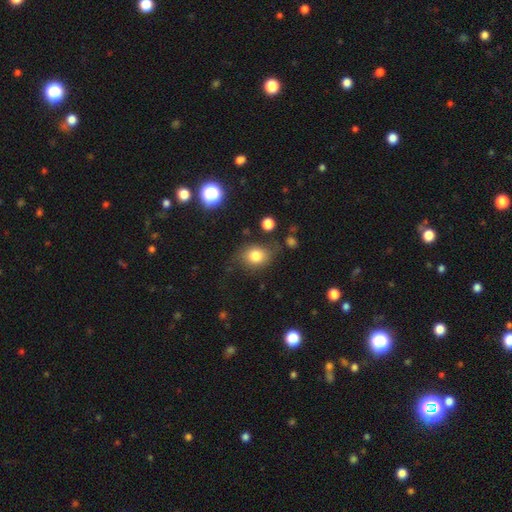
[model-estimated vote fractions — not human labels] Overall: smooth (80%). How rounded: round (50%; in between 49%). Merging: none (70%).